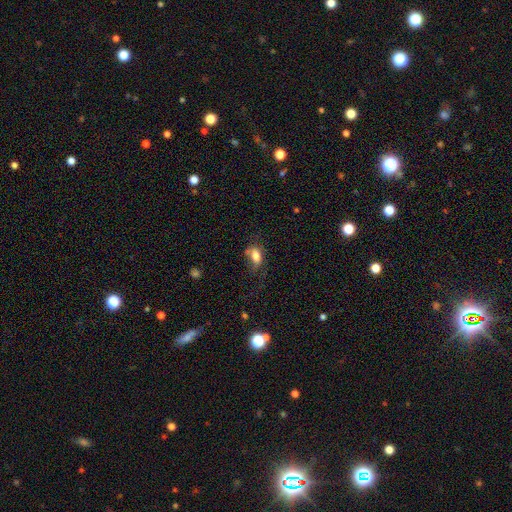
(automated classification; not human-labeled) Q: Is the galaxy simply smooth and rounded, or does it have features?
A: smooth — 75%.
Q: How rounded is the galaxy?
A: in between — 87%.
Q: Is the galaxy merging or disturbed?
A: none — 41%.